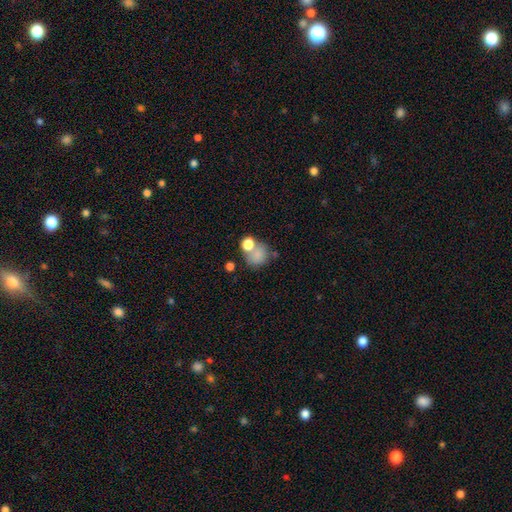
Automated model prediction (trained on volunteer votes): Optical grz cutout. It shows a smooth galaxy with no disk features (75%) that is round (70%). Merging: none (45%).